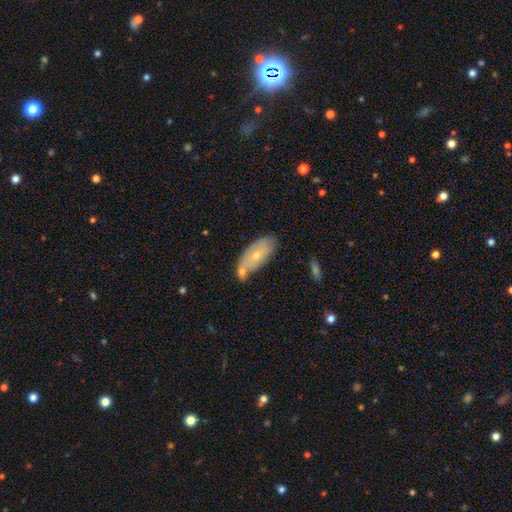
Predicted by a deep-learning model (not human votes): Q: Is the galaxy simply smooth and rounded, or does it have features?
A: smooth — 62%.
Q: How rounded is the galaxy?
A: in between — 82%.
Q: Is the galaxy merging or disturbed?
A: none — 48%.